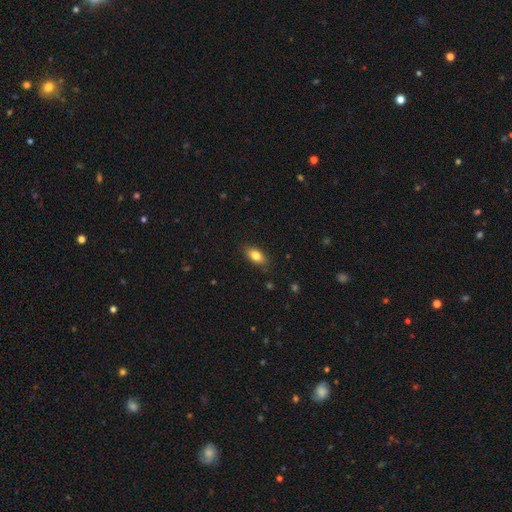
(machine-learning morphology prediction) This appears to be a smooth galaxy with no disk features (81%) that is in between round and cigar-shaped (87%). Merging: none (85%).